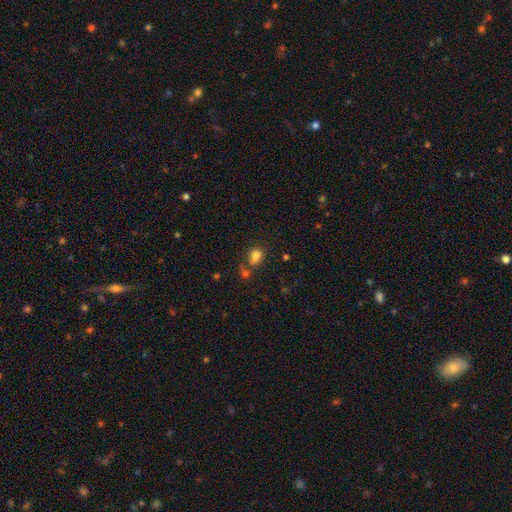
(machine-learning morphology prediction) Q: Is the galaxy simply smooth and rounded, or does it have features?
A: smooth — 75%.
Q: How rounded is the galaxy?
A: in between — 50%.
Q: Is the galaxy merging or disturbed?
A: none — 40%.